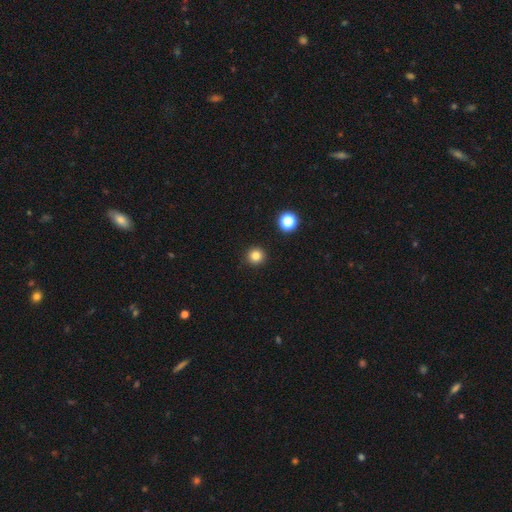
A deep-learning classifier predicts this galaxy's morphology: Smooth or featured?
  - smooth: 82% *
  - star or artifact: 13%
  - featured or disk: 5%
How rounded?
  - round: 95% *
  - in between: 4%
  - cigar-shaped: 1%
Merging?
  - none: 92% *
  - minor disturbance: 5%
  - major disturbance: 2%
  - merger: 1%